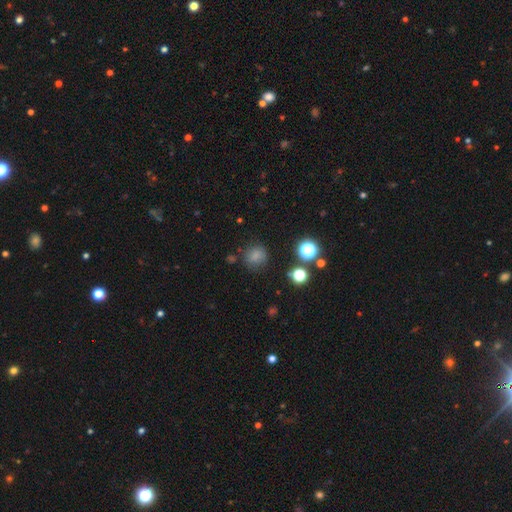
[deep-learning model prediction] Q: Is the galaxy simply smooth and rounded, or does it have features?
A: smooth — 75%.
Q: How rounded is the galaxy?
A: round — 80%.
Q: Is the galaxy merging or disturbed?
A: none — 78%.